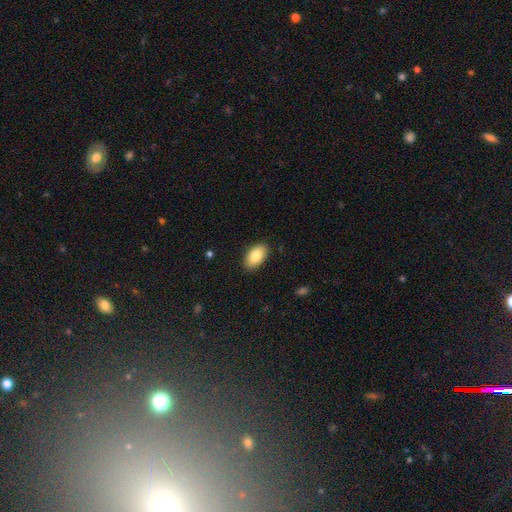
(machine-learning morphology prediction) A smooth galaxy with no disk features (85%) that is in between round and cigar-shaped (94%). Merging: none (88%).